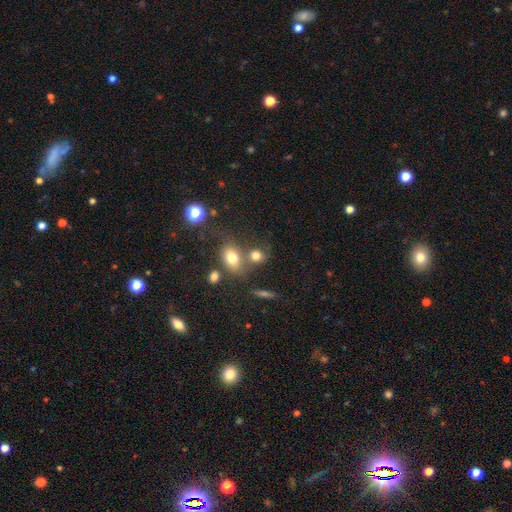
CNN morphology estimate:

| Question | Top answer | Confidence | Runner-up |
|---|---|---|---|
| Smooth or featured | smooth | 76% | star or artifact (13%) |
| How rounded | round | 55% | in between (43%) |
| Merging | none | 51% | merger (31%) |